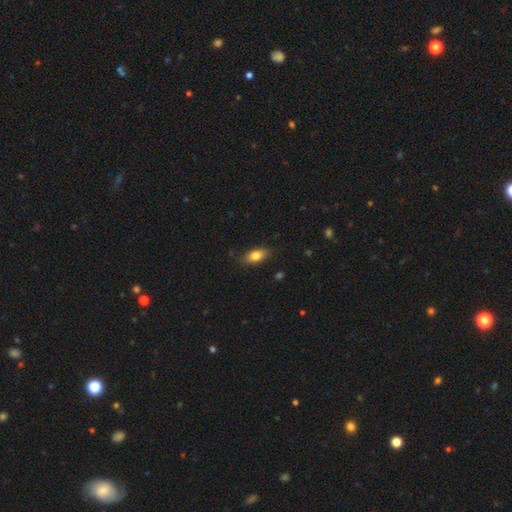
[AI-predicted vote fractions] Smooth or featured? smooth (80%)
How rounded? in between (85%)
Merging? none (85%)